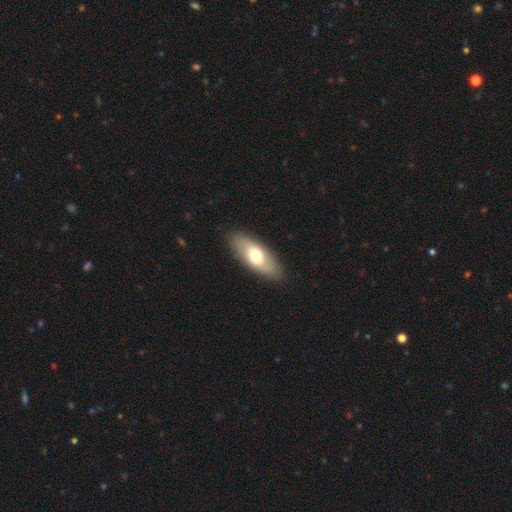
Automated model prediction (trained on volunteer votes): smooth_or_featured: smooth (p=0.63) [alt: featured or disk p=0.31]
how_rounded: in between (p=0.79) [alt: cigar-shaped p=0.18]
merging: none (p=0.87) [alt: minor disturbance p=0.09]